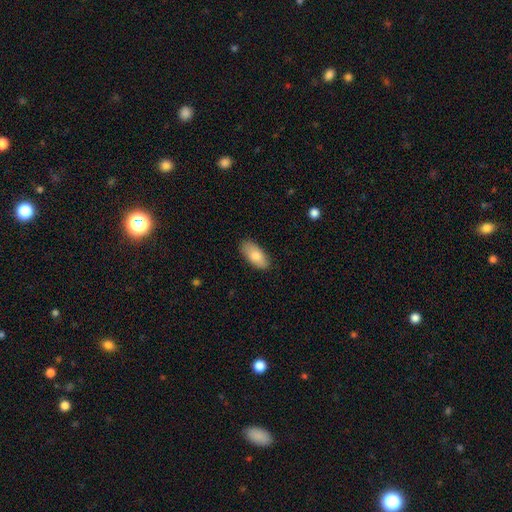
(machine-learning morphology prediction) smooth 82%, featured or disk 12%, star or artifact 6%. Down the decision tree: how rounded — in between (91%); merging — none (86%).